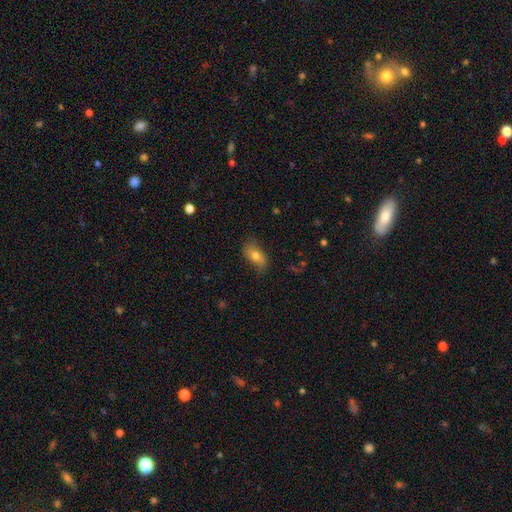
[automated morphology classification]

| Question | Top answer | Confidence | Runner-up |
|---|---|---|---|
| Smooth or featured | smooth | 68% | featured or disk (24%) |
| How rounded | in between | 87% | round (8%) |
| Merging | none | 69% | minor disturbance (23%) |